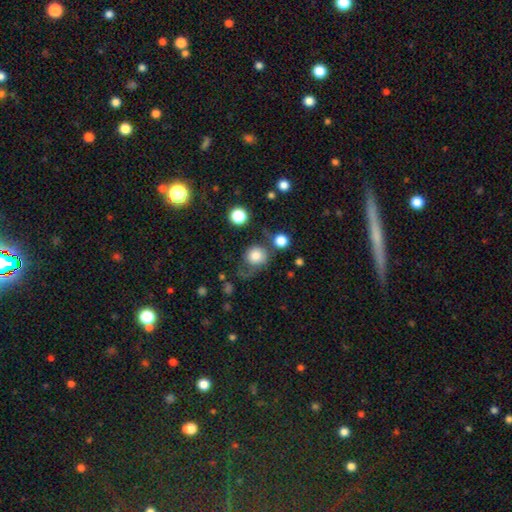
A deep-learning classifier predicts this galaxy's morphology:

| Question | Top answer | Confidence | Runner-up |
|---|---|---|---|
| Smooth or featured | smooth | 76% | featured or disk (13%) |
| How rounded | round | 85% | in between (14%) |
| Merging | none | 49% | minor disturbance (21%) |